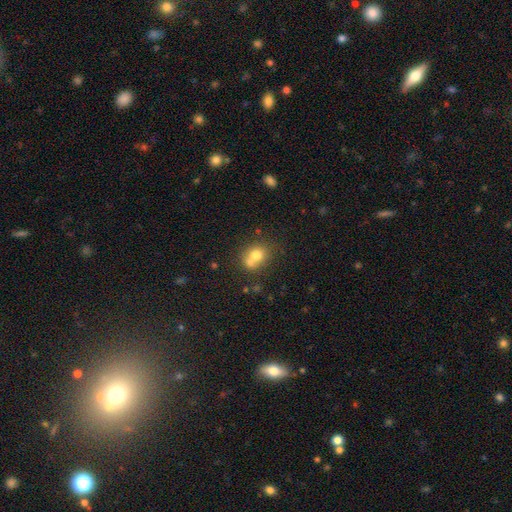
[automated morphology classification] Smooth or featured? Predicted: smooth (p=0.72). How rounded? Predicted: round (p=0.71). Merging? Predicted: merger (p=0.44).